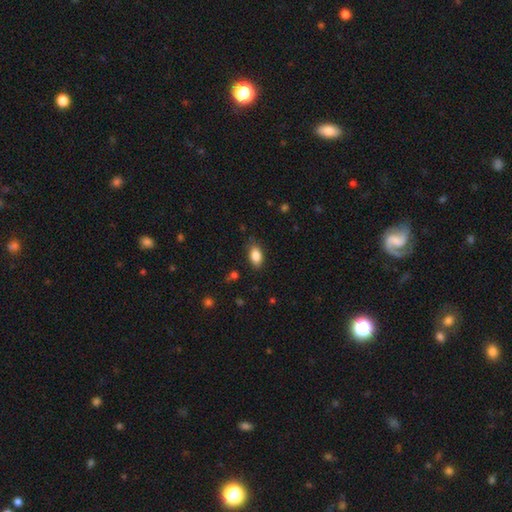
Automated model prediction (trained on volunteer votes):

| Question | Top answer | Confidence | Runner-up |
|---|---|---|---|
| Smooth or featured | smooth | 85% | star or artifact (8%) |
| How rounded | in between | 89% | round (8%) |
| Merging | none | 83% | minor disturbance (13%) |